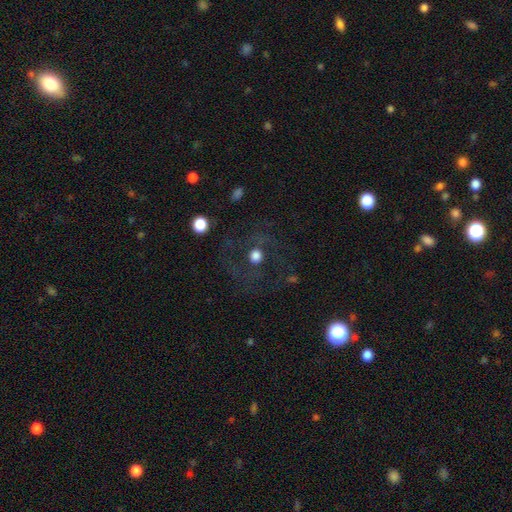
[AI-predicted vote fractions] smooth_or_featured: smooth (p=0.51) [alt: featured or disk p=0.31]
how_rounded: round (p=0.85) [alt: in between p=0.14]
merging: none (p=0.70) [alt: major disturbance p=0.16]